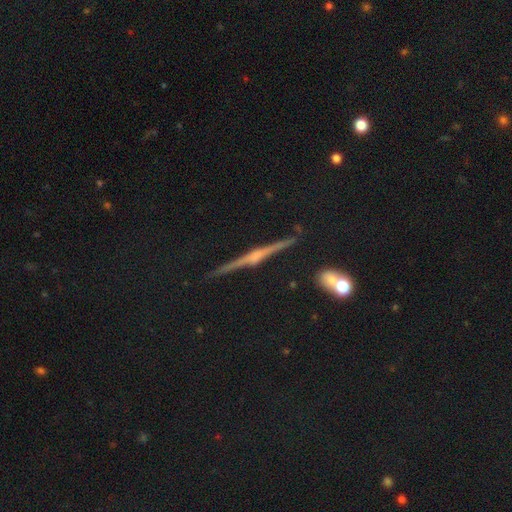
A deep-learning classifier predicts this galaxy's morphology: type=featured or disk (82%); edge-on=yes (98%); edge-on bulge=rounded (76%); merging=none (90%).